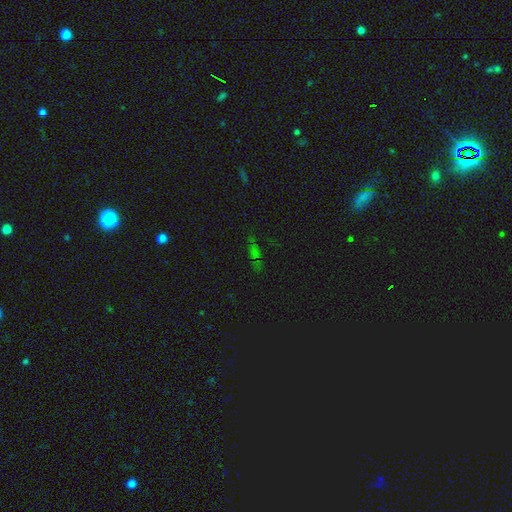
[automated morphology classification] type=star or artifact (56%).